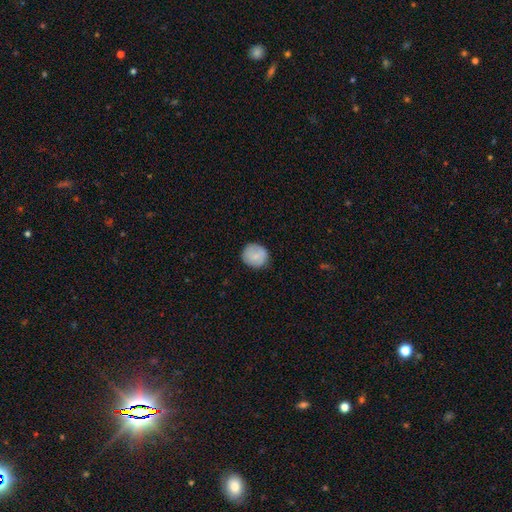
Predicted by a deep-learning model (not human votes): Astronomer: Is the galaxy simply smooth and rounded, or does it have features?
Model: smooth — 76%.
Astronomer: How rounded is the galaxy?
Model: round — 90%.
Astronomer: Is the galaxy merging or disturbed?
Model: none — 85%.